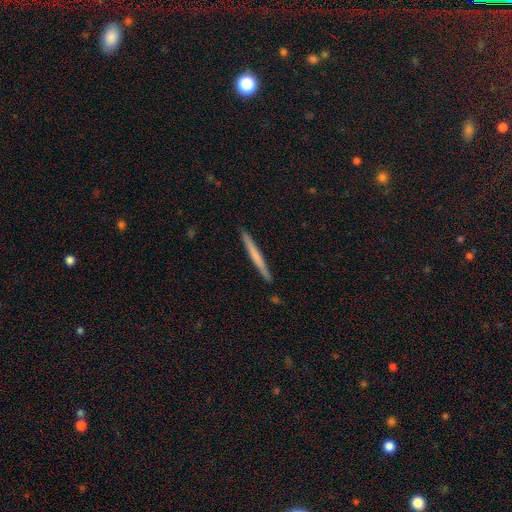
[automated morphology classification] smooth-or-featured: smooth: 56% | featured or disk: 39% | star or artifact: 5%
  how-rounded: cigar-shaped: 97% | in between: 2% | round: 1%
  merging: none: 91% | minor disturbance: 6% | major disturbance: 1% | merger: 1%